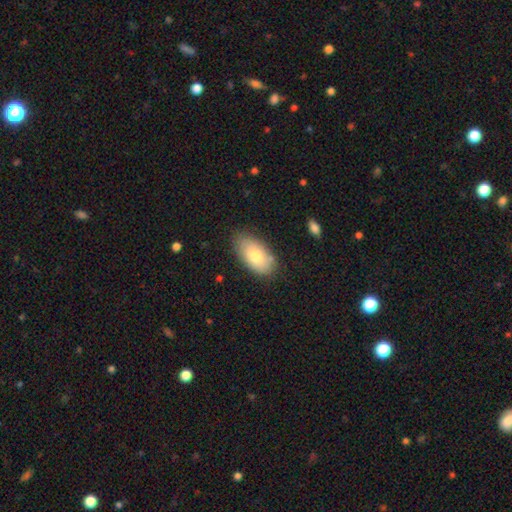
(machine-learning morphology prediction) This appears to be a smooth galaxy with no disk features (76%) that is in between round and cigar-shaped (94%). Merging: none (78%).